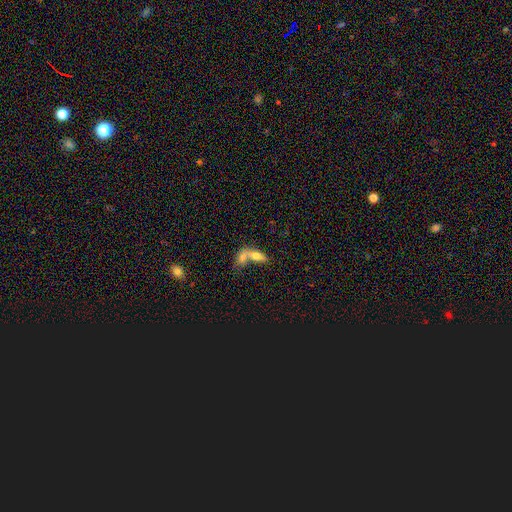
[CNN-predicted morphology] This is likely a smooth galaxy (67%). How rounded: likely in between (75%). Merging: likely merger (73%).